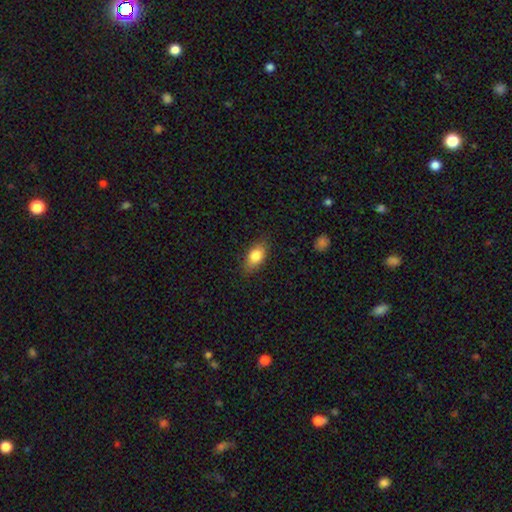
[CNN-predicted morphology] Smooth or featured? smooth (81%)
How rounded? in between (85%)
Merging? none (83%)